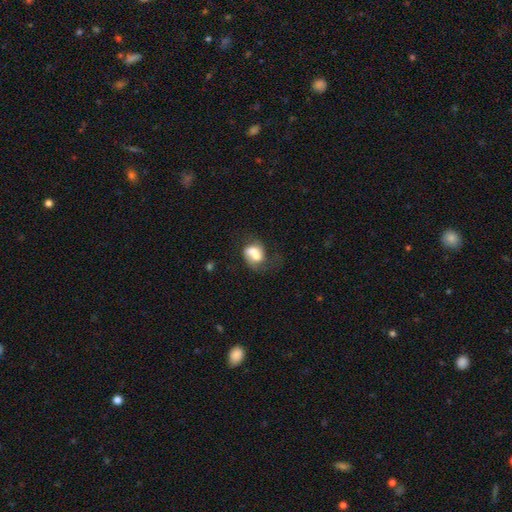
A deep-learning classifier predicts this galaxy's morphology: smooth 54%, featured or disk 37%, star or artifact 9%. Down the decision tree: how rounded — in between (62%); merging — merger (40%).